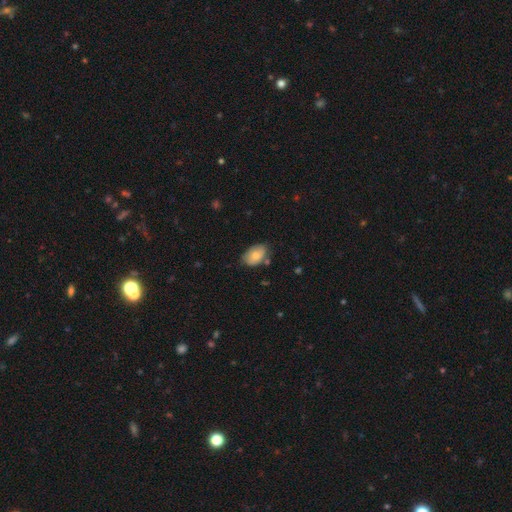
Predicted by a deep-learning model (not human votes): smooth_or_featured: smooth (p=0.73) [alt: featured or disk p=0.20]
how_rounded: in between (p=0.88) [alt: round p=0.11]
merging: none (p=0.67) [alt: minor disturbance p=0.25]